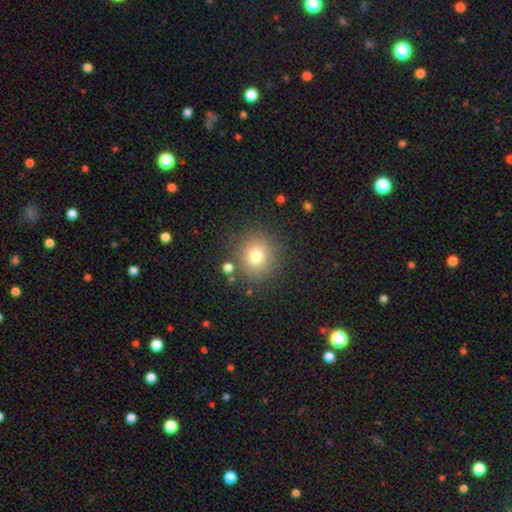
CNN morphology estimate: smooth 76%, star or artifact 13%, featured or disk 11%. Down the decision tree: how rounded — round (88%); merging — none (83%).